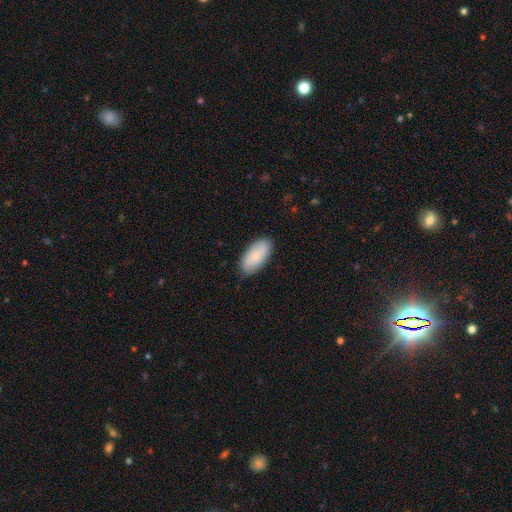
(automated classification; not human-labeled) Smooth or featured: smooth — 84% (featured or disk — 11%)
How rounded: in between — 92% (cigar-shaped — 6%)
Merging: none — 86% (minor disturbance — 11%)